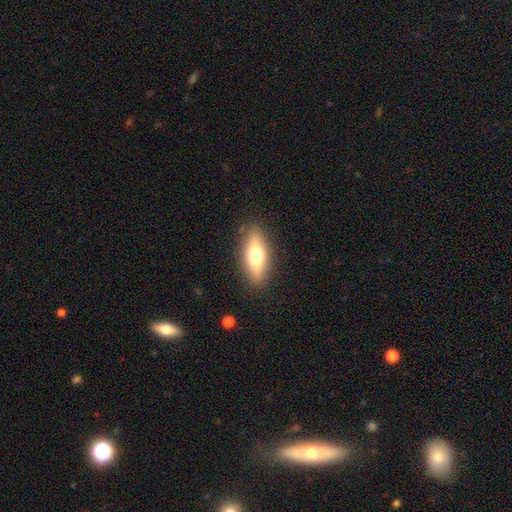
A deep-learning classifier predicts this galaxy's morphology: Smooth or featured? Predicted: smooth (p=0.63). How rounded? Predicted: in between (p=0.64). Merging? Predicted: none (p=0.86).